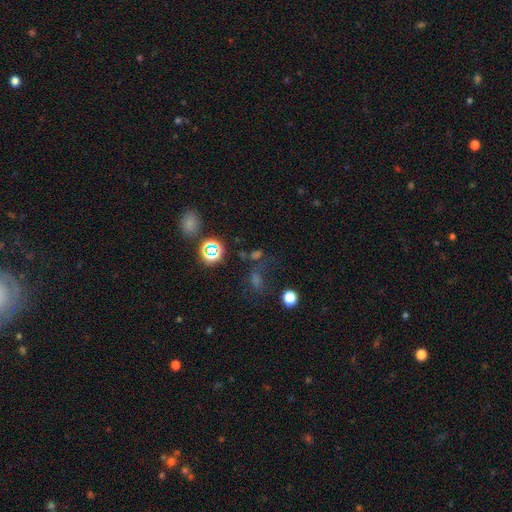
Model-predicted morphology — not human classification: A star or artifact, not a galaxy (48%).

Vote fractions:
- Smooth or featured? star or artifact: 48% / smooth: 40% / featured or disk: 13%